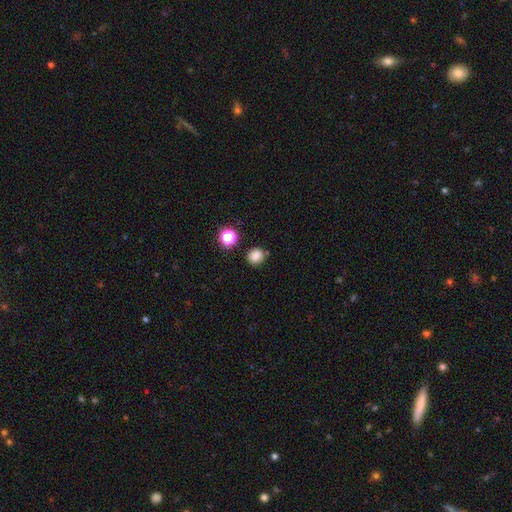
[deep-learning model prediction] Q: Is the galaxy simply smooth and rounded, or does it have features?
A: smooth — 81%.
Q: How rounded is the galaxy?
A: round — 76%.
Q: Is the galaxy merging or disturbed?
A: none — 78%.